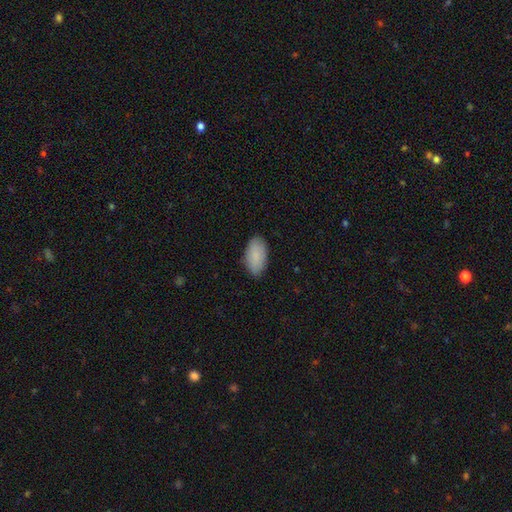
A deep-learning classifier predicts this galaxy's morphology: smooth_or_featured: smooth (p=0.89) [alt: star or artifact p=0.06]
how_rounded: in between (p=0.94) [alt: cigar-shaped p=0.03]
merging: none (p=0.86) [alt: minor disturbance p=0.11]